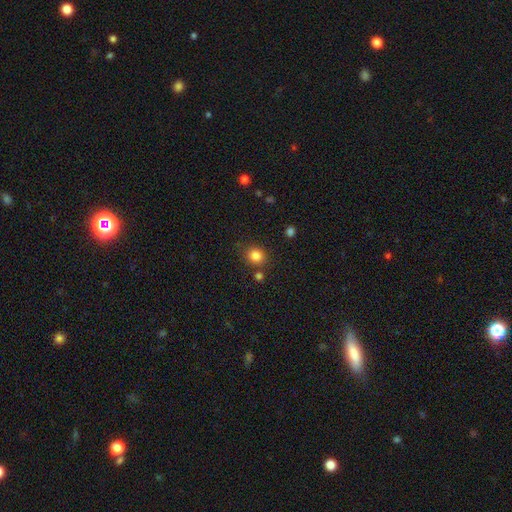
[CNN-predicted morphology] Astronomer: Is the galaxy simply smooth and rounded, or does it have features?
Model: smooth — 83%.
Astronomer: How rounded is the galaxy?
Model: round — 84%.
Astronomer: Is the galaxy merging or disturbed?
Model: none — 81%.